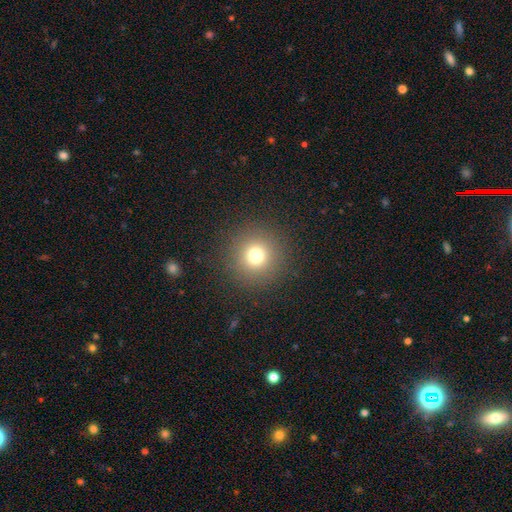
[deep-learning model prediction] Smooth or featured? smooth (74%)
How rounded? round (95%)
Merging? none (90%)